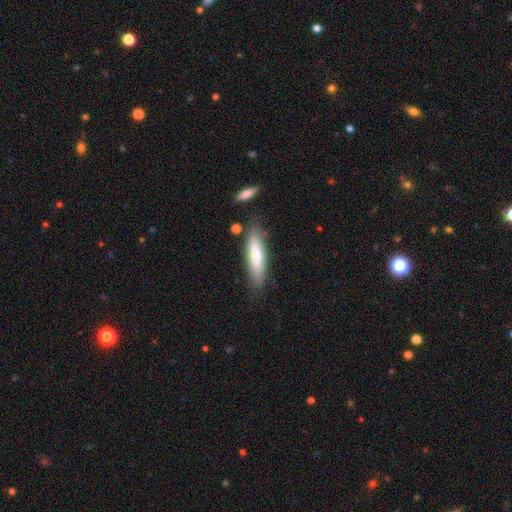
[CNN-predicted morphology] smooth_or_featured: smooth (p=0.60) [alt: featured or disk p=0.33]
how_rounded: cigar-shaped (p=0.76) [alt: in between p=0.23]
merging: none (p=0.80) [alt: minor disturbance p=0.13]